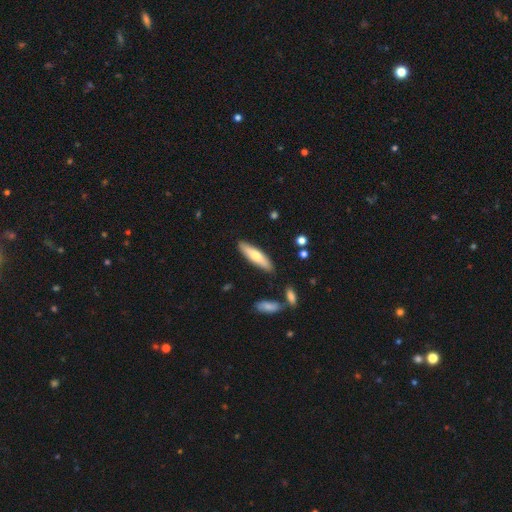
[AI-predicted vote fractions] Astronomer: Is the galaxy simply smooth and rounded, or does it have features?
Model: smooth — 65%.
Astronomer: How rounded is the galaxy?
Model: cigar-shaped — 71%.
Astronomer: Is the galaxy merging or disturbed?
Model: none — 86%.